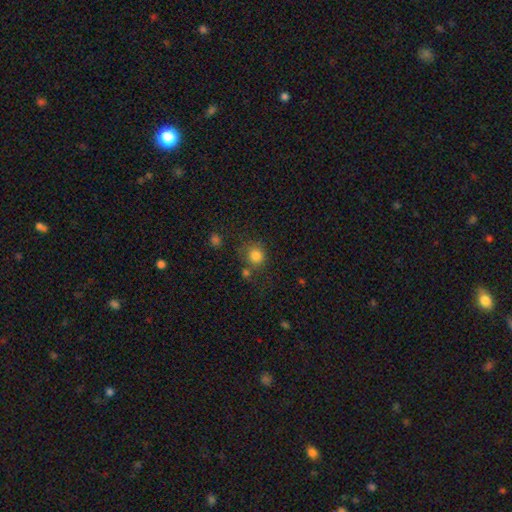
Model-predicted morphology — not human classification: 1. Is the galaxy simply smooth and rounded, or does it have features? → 81% smooth, 12% star or artifact, 7% featured or disk.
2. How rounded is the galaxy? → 86% round, 13% in between, 1% cigar-shaped.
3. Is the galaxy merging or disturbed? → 66% none, 14% minor disturbance, 13% merger, 6% major disturbance.